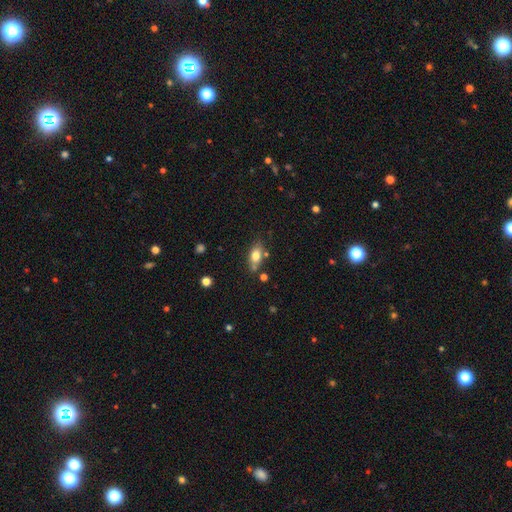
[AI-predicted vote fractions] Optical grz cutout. It shows a smooth galaxy with no disk features (72%) that is in between round and cigar-shaped (81%). Merging: none (67%).